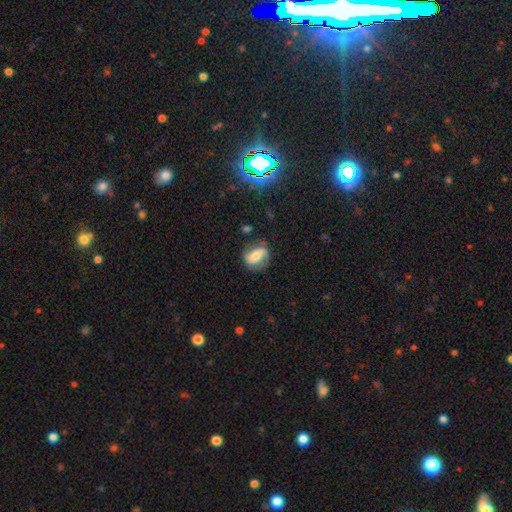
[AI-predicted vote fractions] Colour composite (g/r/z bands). It shows a featured or disk galaxy (53%) with no bar (35%, tied with weak), spiral arms (82%) and a moderate central bulge (53%). Merging: none (69%).